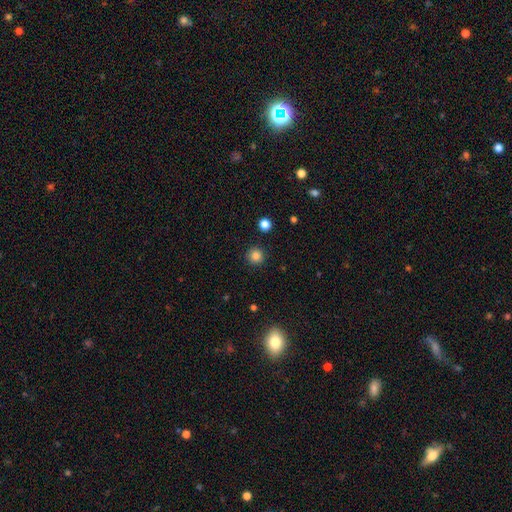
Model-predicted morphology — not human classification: Q: Smooth or featured?
A: smooth (84%); runner-up: star or artifact (12%)
Q: How rounded?
A: round (95%); runner-up: in between (4%)
Q: Merging?
A: none (91%); runner-up: minor disturbance (5%)